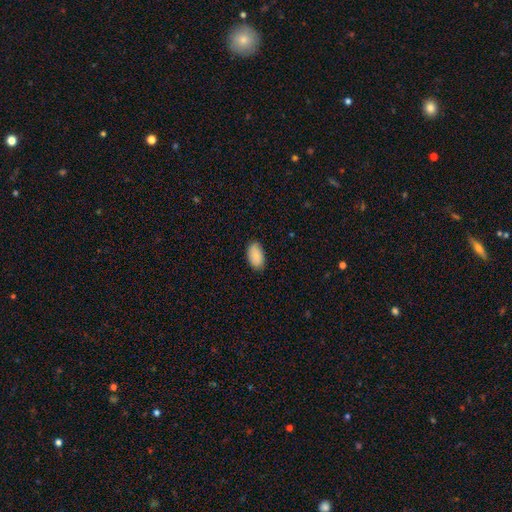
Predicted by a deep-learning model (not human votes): smooth 88%, star or artifact 6%, featured or disk 5%. Down the decision tree: how rounded — in between (95%); merging — none (86%).